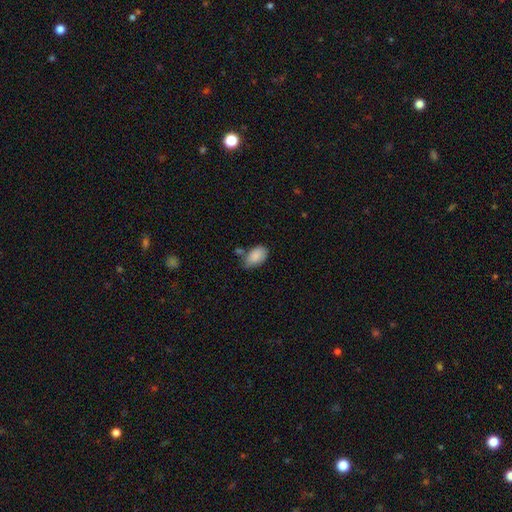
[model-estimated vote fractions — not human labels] Overall: smooth (86%). How rounded: in between (91%). Merging: none (51%; minor disturbance 30%).